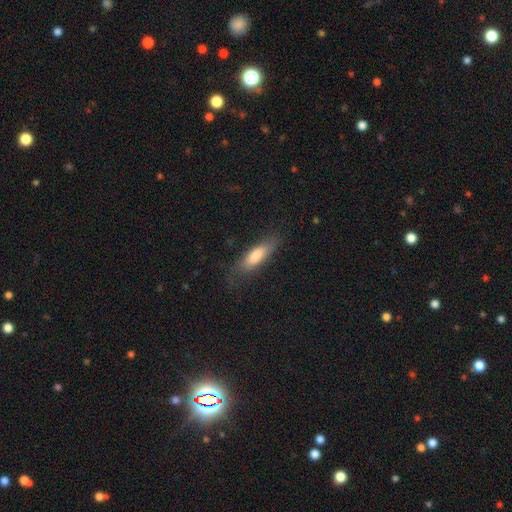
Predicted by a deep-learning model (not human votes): Smooth or featured?
  - smooth: 72% *
  - featured or disk: 22%
  - star or artifact: 6%
How rounded?
  - in between: 51% *
  - cigar-shaped: 47%
  - round: 2%
Merging?
  - none: 69% *
  - minor disturbance: 21%
  - major disturbance: 8%
  - merger: 1%